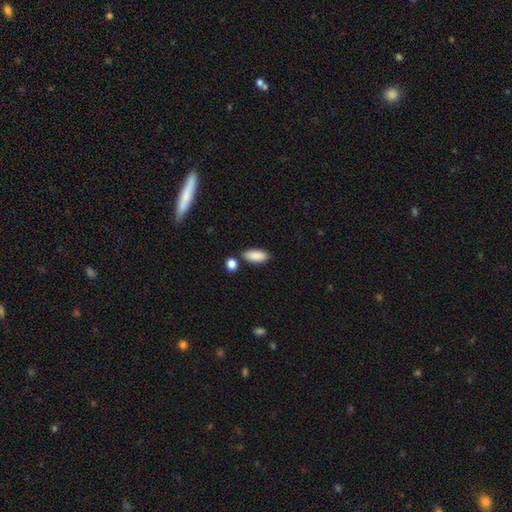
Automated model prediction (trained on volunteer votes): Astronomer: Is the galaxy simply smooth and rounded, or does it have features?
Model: smooth — 89%.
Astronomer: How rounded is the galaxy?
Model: in between — 86%.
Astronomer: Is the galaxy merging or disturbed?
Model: none — 78%.